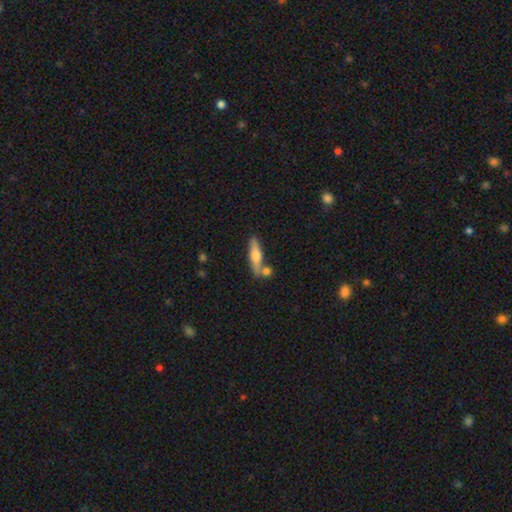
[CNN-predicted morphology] type=smooth (47%, tied with featured or disk); merging=none (67%).